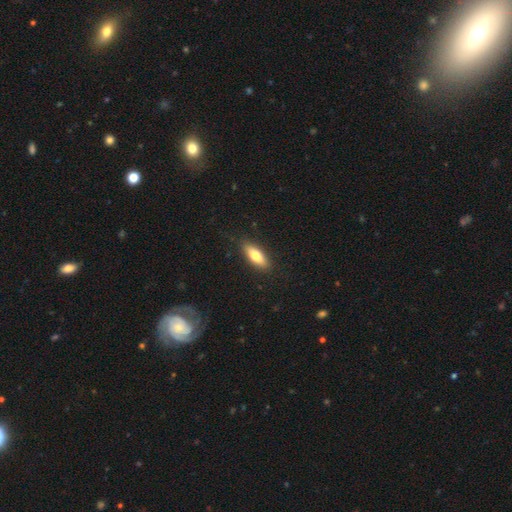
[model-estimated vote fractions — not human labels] Smooth or featured: smooth — 71% (featured or disk — 22%)
How rounded: in between — 64% (cigar-shaped — 34%)
Merging: none — 87% (minor disturbance — 9%)